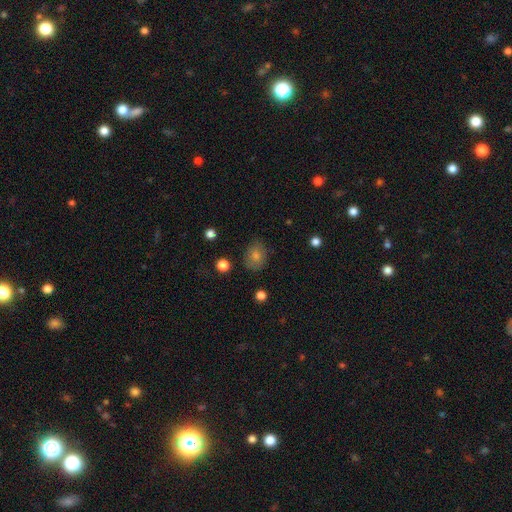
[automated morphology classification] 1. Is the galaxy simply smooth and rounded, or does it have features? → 72% smooth, 16% star or artifact, 12% featured or disk.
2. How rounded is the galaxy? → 56% in between, 43% round, 1% cigar-shaped.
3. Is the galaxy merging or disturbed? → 82% none, 13% minor disturbance, 3% major disturbance, 2% merger.